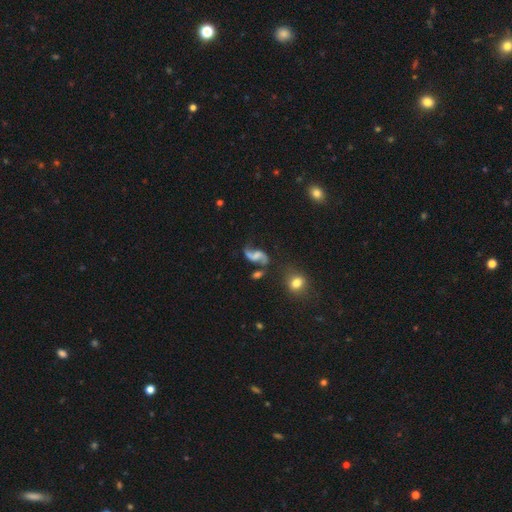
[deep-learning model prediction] smooth_or_featured: featured or disk (p=0.84) [alt: smooth p=0.10]
disk_edge_on: no (p=0.97) [alt: yes p=0.03]
bar: no (p=0.47) [alt: weak p=0.39]
has_spiral_arms: yes (p=0.95) [alt: no p=0.05]
spiral_winding: loose (p=0.79) [alt: medium p=0.17]
spiral_arm_count: 2 (p=0.92) [alt: 1 p=0.03]
bulge_size: none (p=0.48) [alt: small p=0.26]
merging: none (p=0.57) [alt: minor disturbance p=0.19]